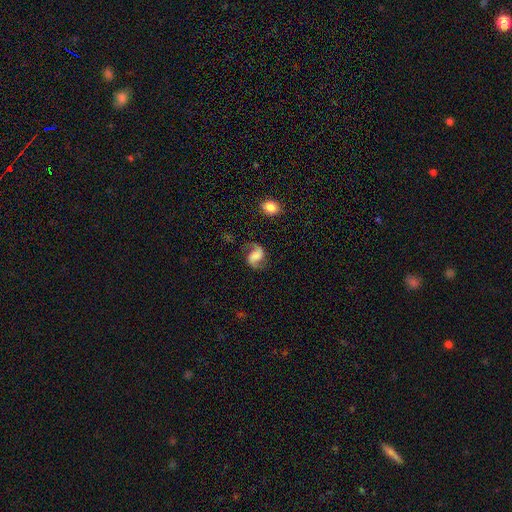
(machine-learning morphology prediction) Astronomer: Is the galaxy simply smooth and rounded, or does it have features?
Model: featured or disk — 74%.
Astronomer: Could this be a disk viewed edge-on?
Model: no — 98%.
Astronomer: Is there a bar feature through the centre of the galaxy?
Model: weak — 40% (runner-up: no, 35%).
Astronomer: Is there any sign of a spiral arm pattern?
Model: yes — 95%.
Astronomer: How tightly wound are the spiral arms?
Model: loose — 55% (runner-up: medium, 36%).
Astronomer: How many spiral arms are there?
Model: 2 — 92%.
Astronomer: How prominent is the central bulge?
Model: none — 31% (runner-up: large, 22%).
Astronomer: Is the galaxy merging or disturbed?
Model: none — 72%.